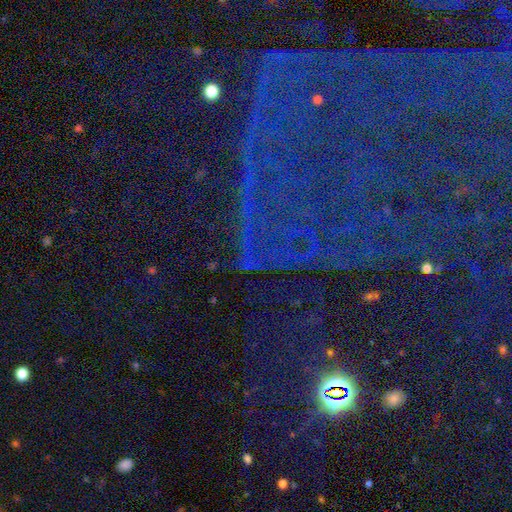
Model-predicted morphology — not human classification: A star or artifact, not a galaxy (84%).

Vote fractions:
- Smooth or featured? star or artifact: 84% / featured or disk: 9% / smooth: 8%